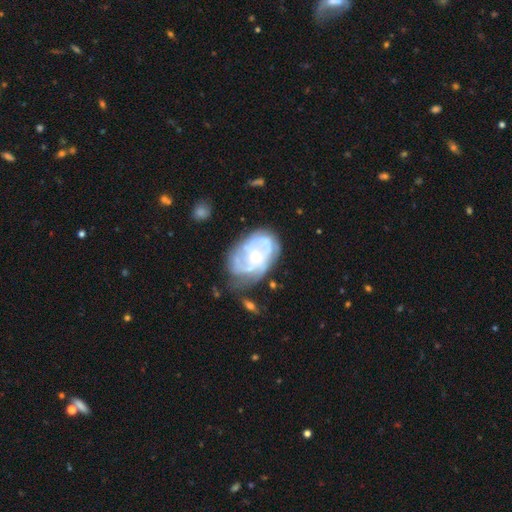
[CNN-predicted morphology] This is likely a featured or disk galaxy (76%). It is clearly not viewed edge-on (97%). Bar: likely no (70%). Spiral arm pattern: likely yes (72%). Spiral arm count: possibly can't tell (46%). Spiral winding: possibly tight (47%). Central bulge: likely small (62%). Merging: possibly none (45%).